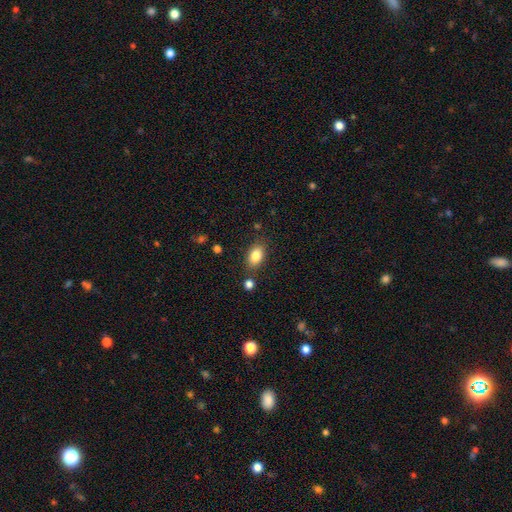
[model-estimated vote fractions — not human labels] smooth 85%, star or artifact 8%, featured or disk 7%. Down the decision tree: how rounded — in between (88%); merging — none (80%).